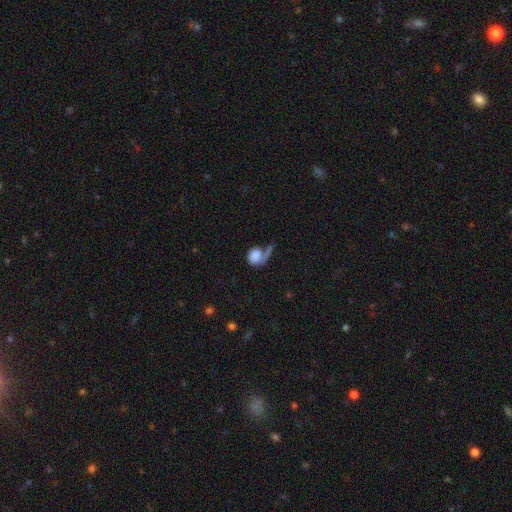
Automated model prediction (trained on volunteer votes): Smooth or featured? Predicted: smooth (p=0.75). How rounded? Predicted: round (p=0.68). Merging? Predicted: none (p=0.37).